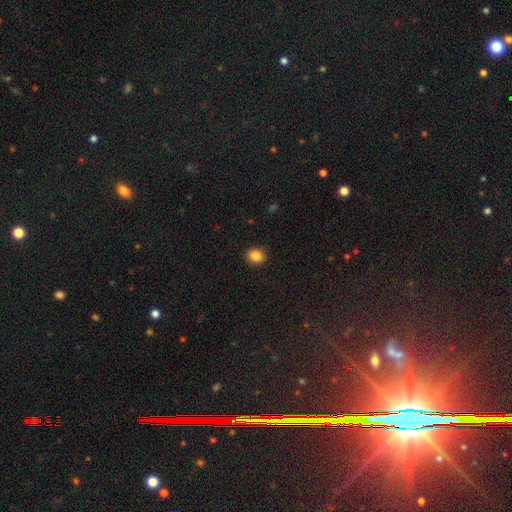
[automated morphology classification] Smooth or featured? smooth (86%)
How rounded? round (56%)
Merging? none (91%)